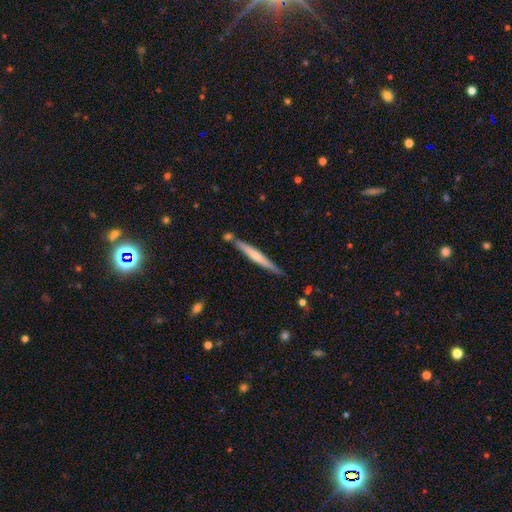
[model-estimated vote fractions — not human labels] Smooth or featured? Predicted: smooth (p=0.48). Merging? Predicted: none (p=0.79).